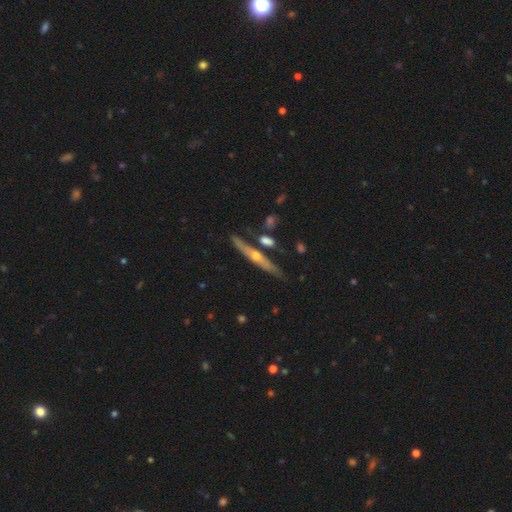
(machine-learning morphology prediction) Q: Smooth or featured?
A: featured or disk (71%); runner-up: smooth (23%)
Q: Edge-on disk?
A: yes (93%); runner-up: no (7%)
Q: Edge-on bulge?
A: rounded (84%); runner-up: none (13%)
Q: Merging?
A: none (79%); runner-up: minor disturbance (12%)